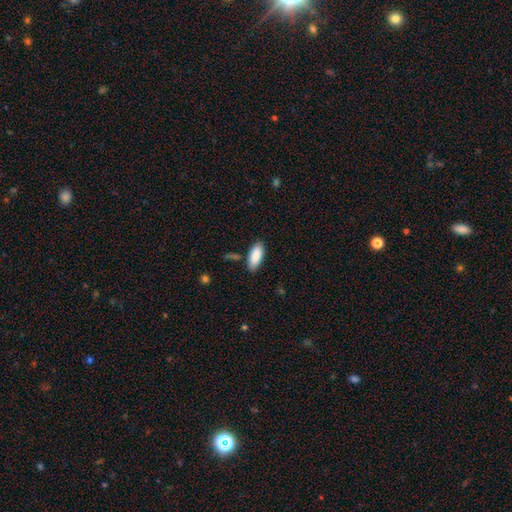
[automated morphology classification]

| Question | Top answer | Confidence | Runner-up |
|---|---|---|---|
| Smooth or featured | smooth | 89% | star or artifact (6%) |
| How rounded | in between | 86% | cigar-shaped (12%) |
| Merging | none | 83% | minor disturbance (12%) |